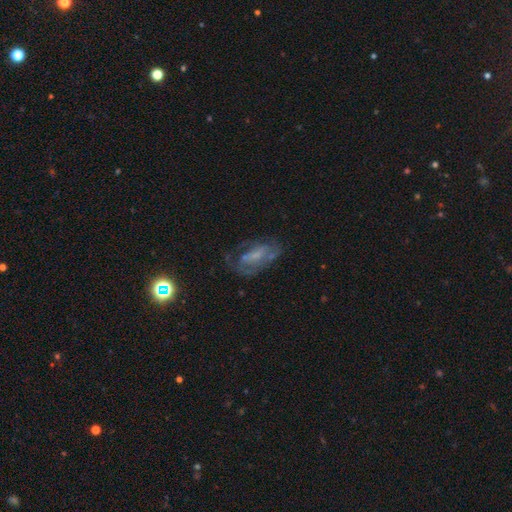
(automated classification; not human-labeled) Morphology: type=featured or disk (61%); edge-on=no (93%); bar=no (53%); spiral arms=yes (62%); bulge=small (48%); merging=none (55%).